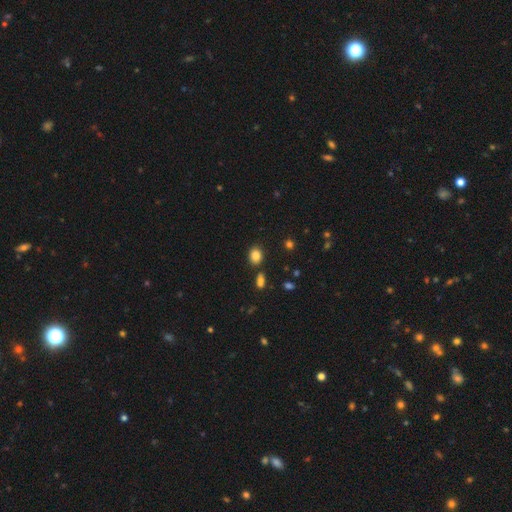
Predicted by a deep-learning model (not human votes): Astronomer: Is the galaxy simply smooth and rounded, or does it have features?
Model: smooth — 85%.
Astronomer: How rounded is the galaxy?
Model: round — 49%, tied with in between at 49%.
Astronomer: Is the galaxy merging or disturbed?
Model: none — 80%.